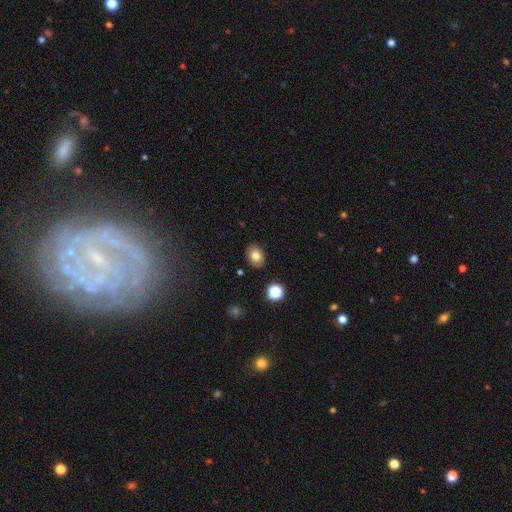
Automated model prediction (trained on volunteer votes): Overall: smooth (79%). How rounded: in between (62%; round 37%). Merging: none (88%).